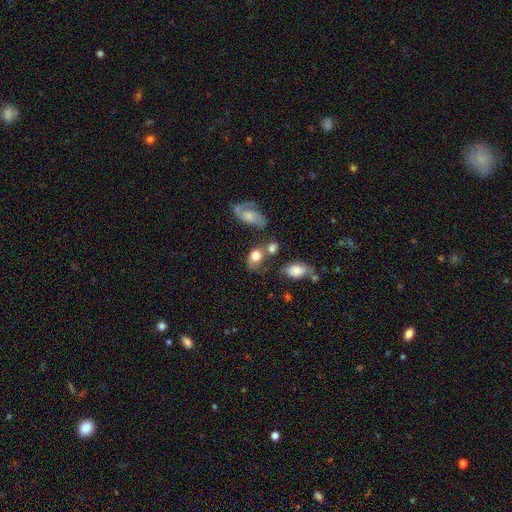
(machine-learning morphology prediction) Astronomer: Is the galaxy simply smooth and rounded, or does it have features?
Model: smooth — 72%.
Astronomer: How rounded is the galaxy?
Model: in between — 63%.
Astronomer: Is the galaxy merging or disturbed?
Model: none — 45% (runner-up: merger, 22%).